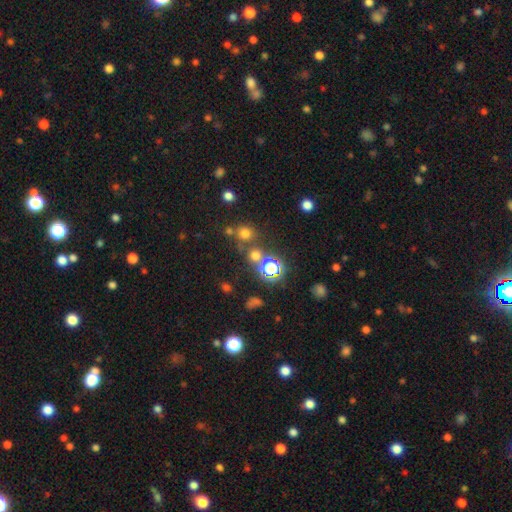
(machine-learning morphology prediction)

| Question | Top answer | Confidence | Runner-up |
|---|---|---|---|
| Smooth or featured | smooth | 61% | star or artifact (32%) |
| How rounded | round | 89% | in between (9%) |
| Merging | none | 68% | merger (20%) |